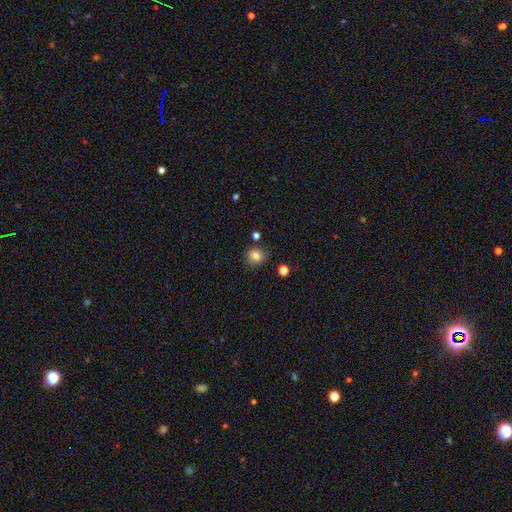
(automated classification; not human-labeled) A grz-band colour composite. It shows a smooth galaxy with no disk features (82%) that is round (86%). Merging: none (84%).